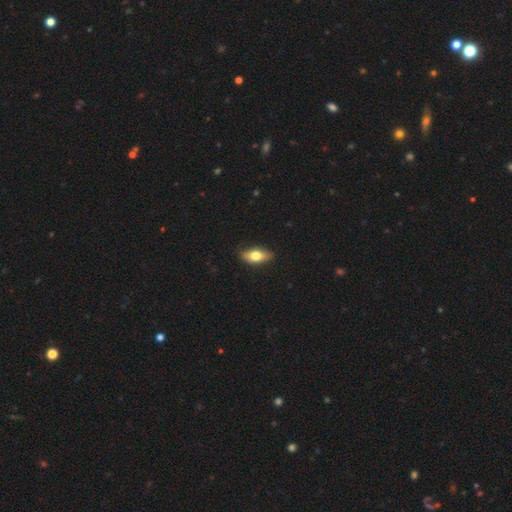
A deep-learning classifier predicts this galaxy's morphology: smooth-or-featured: smooth: 65% | featured or disk: 28% | star or artifact: 6%
  how-rounded: in between: 78% | cigar-shaped: 17% | round: 5%
  merging: none: 86% | minor disturbance: 11% | major disturbance: 2% | merger: 1%